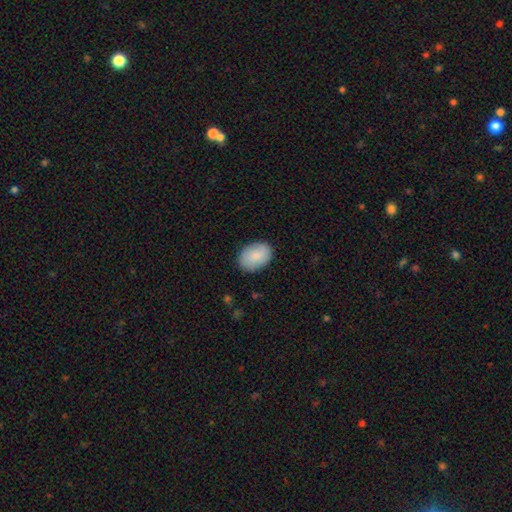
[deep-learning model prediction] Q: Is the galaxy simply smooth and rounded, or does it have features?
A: smooth — 88%.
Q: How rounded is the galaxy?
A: in between — 81%.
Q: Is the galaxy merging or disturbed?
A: none — 86%.